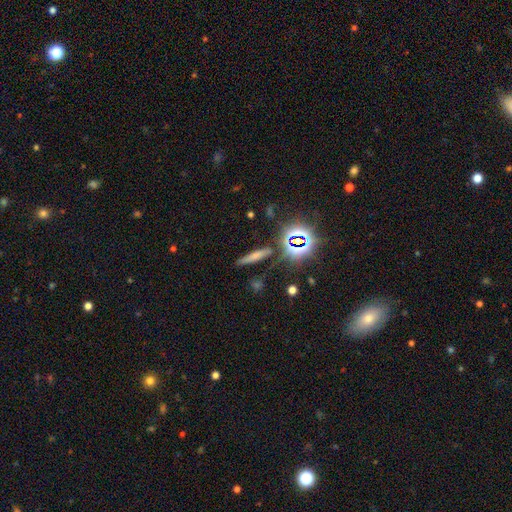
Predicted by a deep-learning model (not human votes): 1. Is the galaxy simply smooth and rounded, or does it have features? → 58% smooth, 23% star or artifact, 19% featured or disk.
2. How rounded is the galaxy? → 81% cigar-shaped, 13% in between, 6% round.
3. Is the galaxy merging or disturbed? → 79% none, 12% minor disturbance, 5% merger, 4% major disturbance.